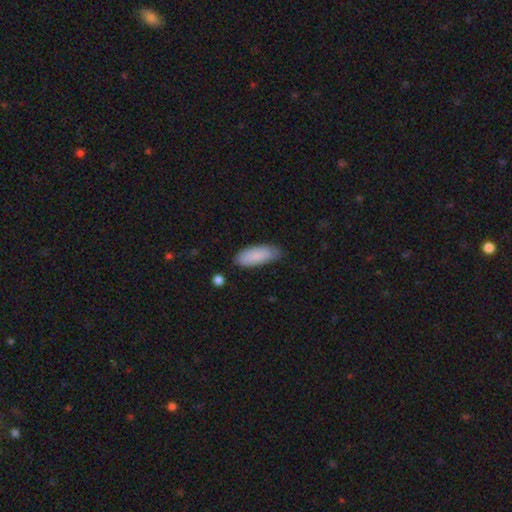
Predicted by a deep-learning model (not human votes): smooth-or-featured: smooth: 86% | featured or disk: 9% | star or artifact: 6%
  how-rounded: in between: 75% | cigar-shaped: 23% | round: 2%
  merging: none: 77% | minor disturbance: 18% | major disturbance: 3% | merger: 2%